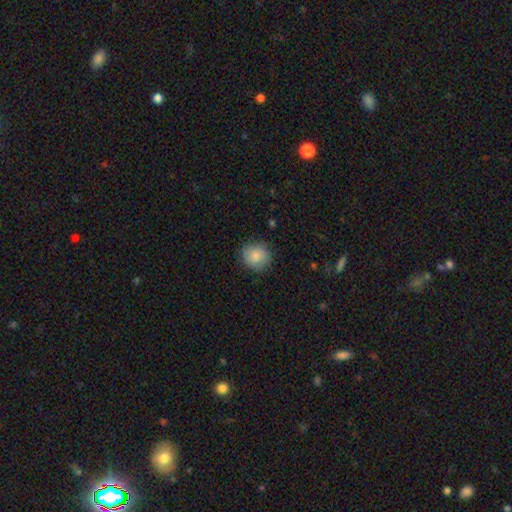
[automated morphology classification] Smooth or featured: smooth — 86% (star or artifact — 7%)
How rounded: round — 85% (in between — 14%)
Merging: none — 84% (minor disturbance — 12%)